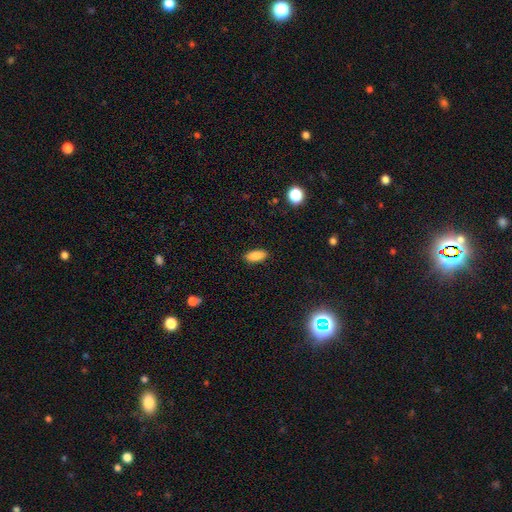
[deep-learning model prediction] Morphology: type=smooth (87%); roundness=in between (89%); merging=none (89%).